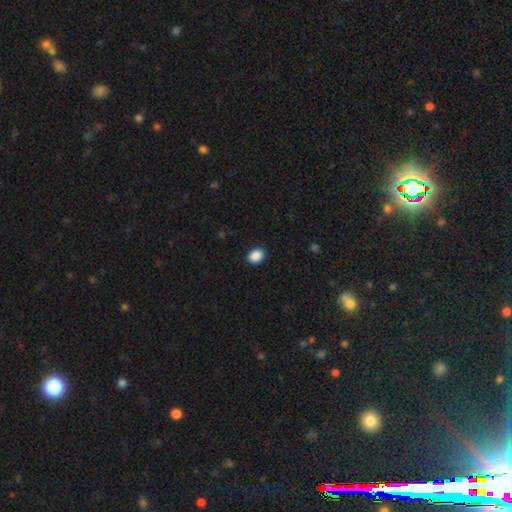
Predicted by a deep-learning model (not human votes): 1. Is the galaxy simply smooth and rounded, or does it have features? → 90% smooth, 8% star or artifact, 2% featured or disk.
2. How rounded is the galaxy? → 70% in between, 29% round, 1% cigar-shaped.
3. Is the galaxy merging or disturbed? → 90% none, 7% minor disturbance, 2% major disturbance, 1% merger.